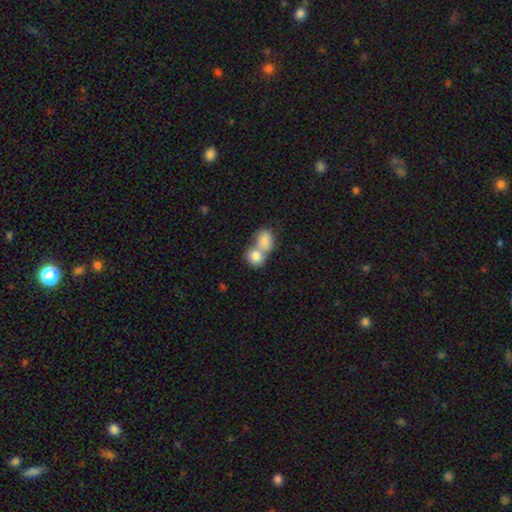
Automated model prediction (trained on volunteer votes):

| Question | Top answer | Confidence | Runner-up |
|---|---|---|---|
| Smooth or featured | smooth | 80% | featured or disk (11%) |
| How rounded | round | 70% | in between (29%) |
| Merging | merger | 67% | none (25%) |